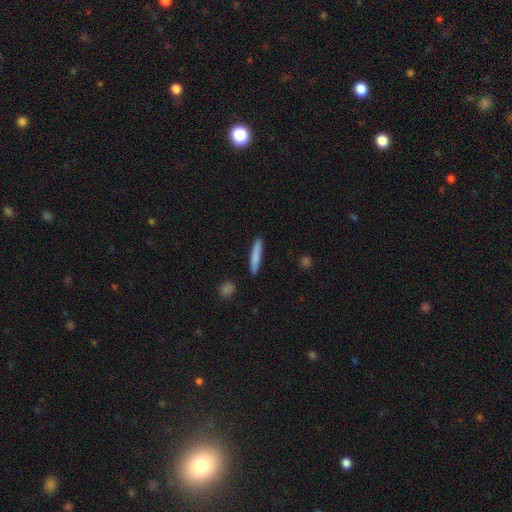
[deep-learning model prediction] This is likely a smooth galaxy (80%). How rounded: clearly cigar-shaped (93%). Merging: clearly none (89%).